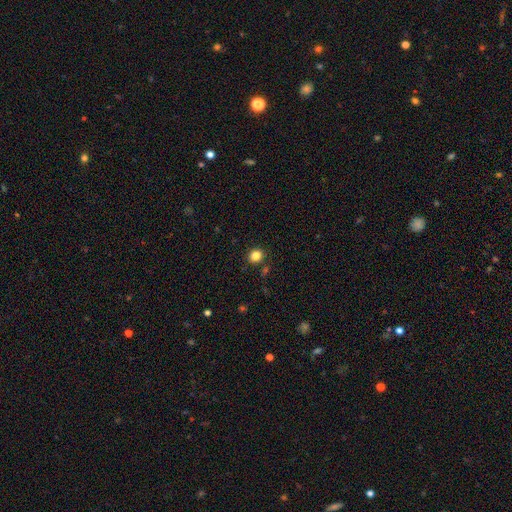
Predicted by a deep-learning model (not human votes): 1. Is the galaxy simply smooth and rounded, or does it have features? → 84% smooth, 12% star or artifact, 4% featured or disk.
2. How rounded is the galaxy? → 84% round, 15% in between, 1% cigar-shaped.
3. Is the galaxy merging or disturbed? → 88% none, 7% minor disturbance, 3% merger, 2% major disturbance.